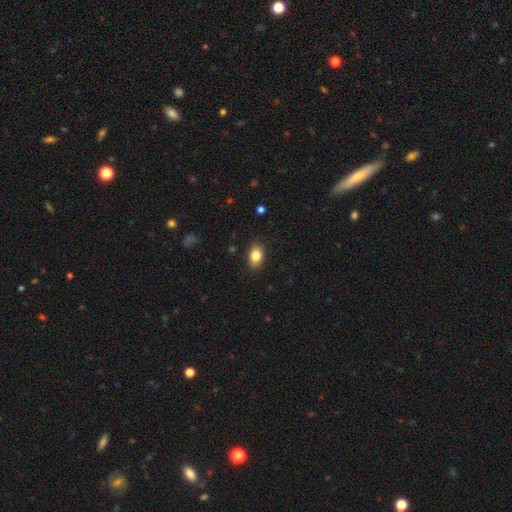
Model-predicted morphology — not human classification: Smooth or featured? smooth (85%)
How rounded? in between (82%)
Merging? none (87%)